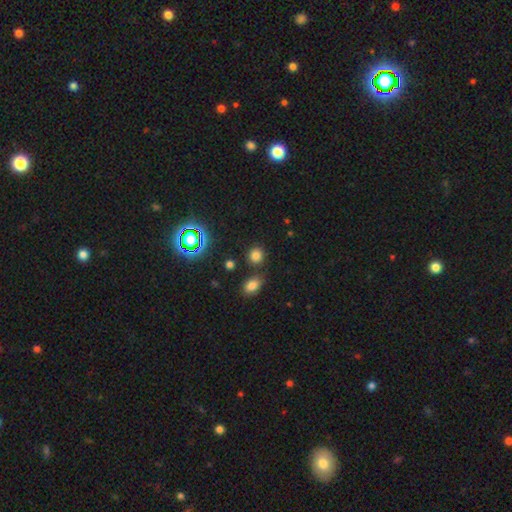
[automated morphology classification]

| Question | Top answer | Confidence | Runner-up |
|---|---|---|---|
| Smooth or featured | smooth | 76% | star or artifact (19%) |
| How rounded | round | 82% | in between (16%) |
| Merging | none | 82% | minor disturbance (8%) |